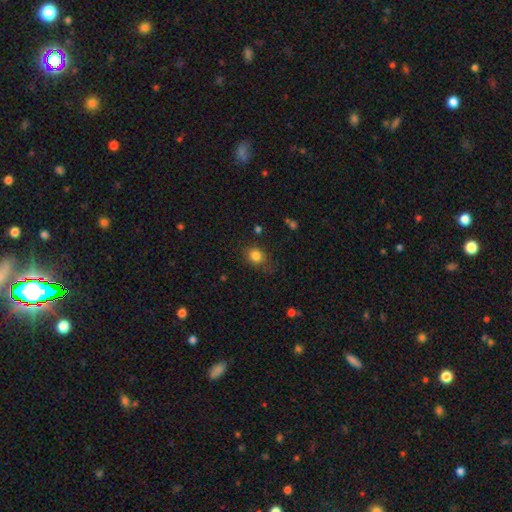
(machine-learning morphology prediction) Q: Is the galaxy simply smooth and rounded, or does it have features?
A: smooth — 83%.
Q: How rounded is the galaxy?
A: round — 64%.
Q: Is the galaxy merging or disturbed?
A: none — 72%.